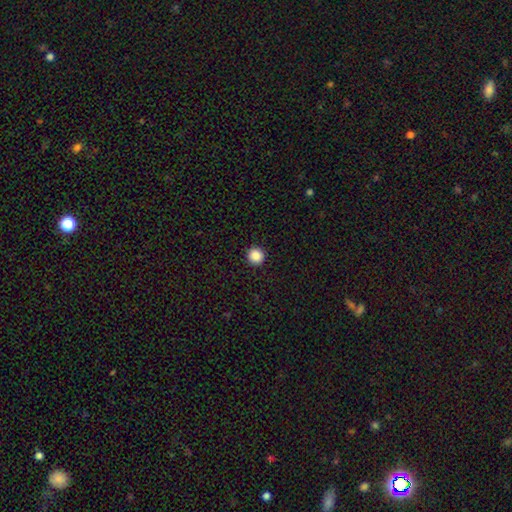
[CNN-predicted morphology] The model was most divided on "smooth or featured": smooth: 88%, star or artifact: 9%, featured or disk: 2%. More confident: how rounded — round (95%); merging — none (93%).